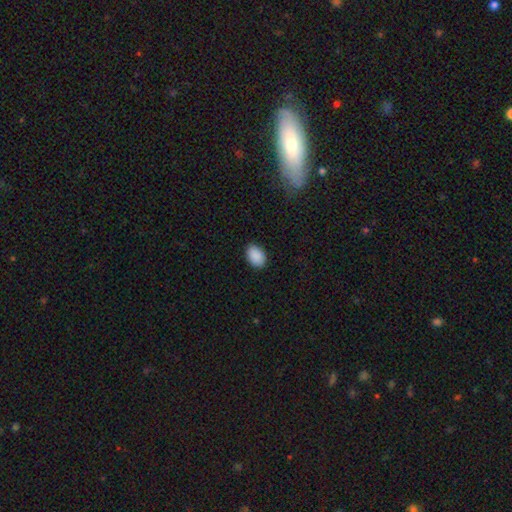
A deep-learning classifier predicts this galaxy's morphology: A smooth galaxy with no disk features (91%) that is in between round and cigar-shaped (85%). Merging: none (88%).